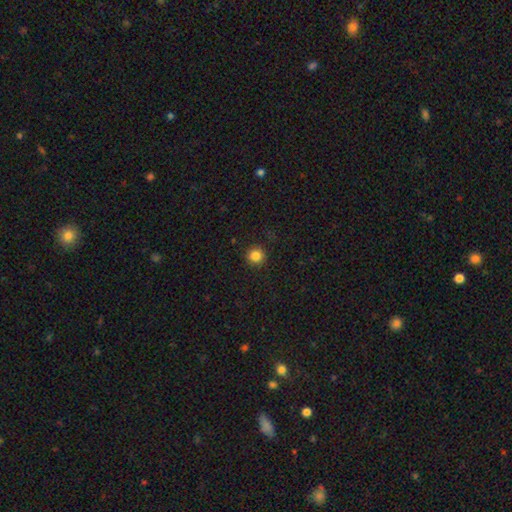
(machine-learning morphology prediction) Q: Smooth or featured?
A: smooth (84%); runner-up: star or artifact (11%)
Q: How rounded?
A: round (94%); runner-up: in between (5%)
Q: Merging?
A: none (91%); runner-up: minor disturbance (6%)